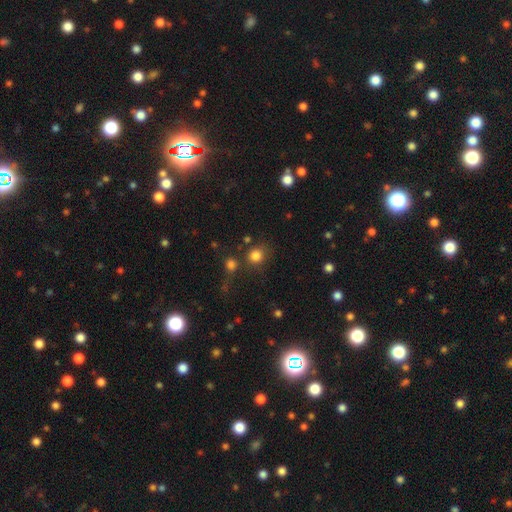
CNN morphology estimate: A smooth galaxy with no disk features (82%) that is round (86%).

Vote fractions:
- Smooth or featured? smooth: 82% / star or artifact: 13% / featured or disk: 5%
- How rounded? round: 86% / in between: 13% / cigar-shaped: 1%
- Merging? none: 70% / merger: 13% / minor disturbance: 10% / major disturbance: 6%